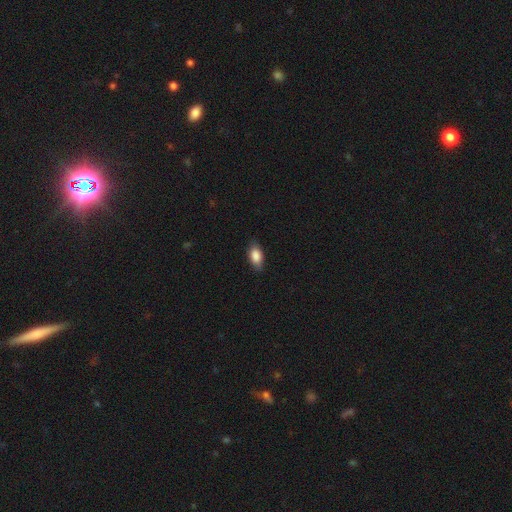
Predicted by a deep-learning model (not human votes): This appears to be a smooth galaxy with no disk features (86%) that is in between round and cigar-shaped (90%). Merging: none (82%).